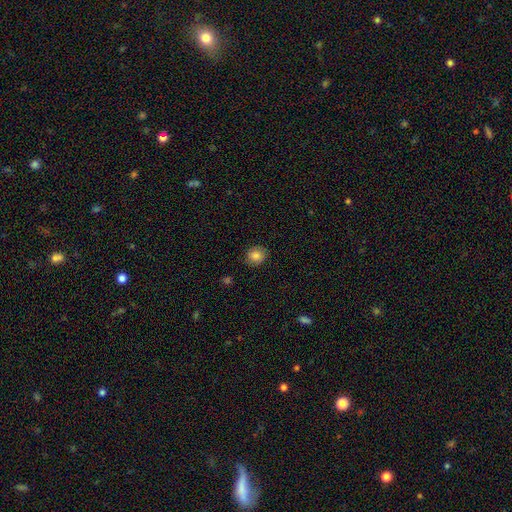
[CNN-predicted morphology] A smooth galaxy with no disk features (80%) that is round (78%).

Vote fractions:
- Smooth or featured? smooth: 80% / star or artifact: 10% / featured or disk: 10%
- How rounded? round: 78% / in between: 21% / cigar-shaped: 1%
- Merging? none: 85% / minor disturbance: 11% / major disturbance: 3% / merger: 1%